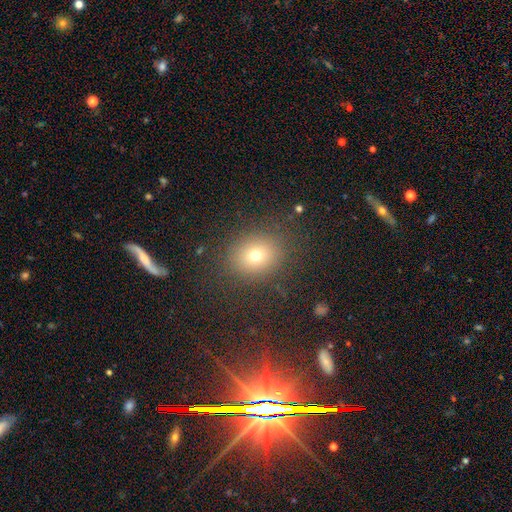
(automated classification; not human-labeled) Overall: smooth (71%). How rounded: round (66%; in between 33%). Merging: none (85%).